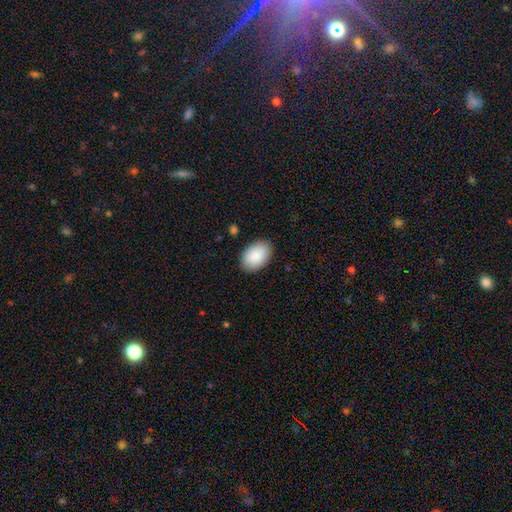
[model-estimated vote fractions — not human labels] This appears to be a smooth galaxy with no disk features (88%) that is in between round and cigar-shaped (91%). Merging: none (88%).